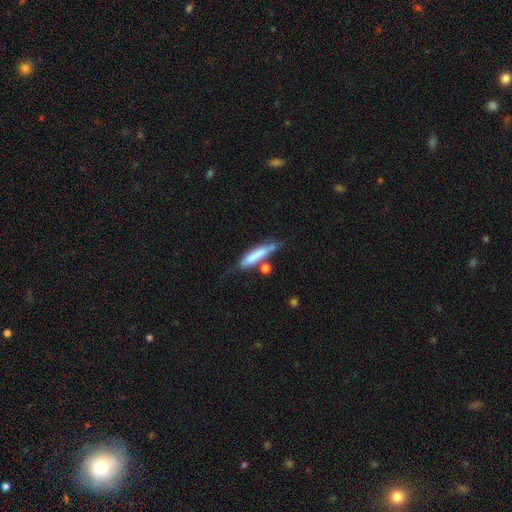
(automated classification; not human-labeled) The model was most divided on "merging": none: 48%, minor disturbance: 24%, merger: 18%, major disturbance: 10%. More confident: how rounded — cigar-shaped (79%); smooth or featured — smooth (71%).